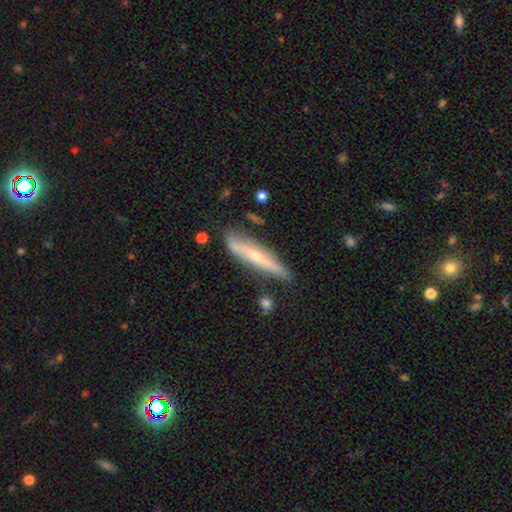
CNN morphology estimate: A featured or disk galaxy (56%) viewed edge-on (82%).

Vote fractions:
- Smooth or featured? featured or disk: 56% / smooth: 38% / star or artifact: 6%
- Edge-on disk? yes: 82% / no: 18%
- Merging? none: 70% / minor disturbance: 21% / major disturbance: 5% / merger: 4%